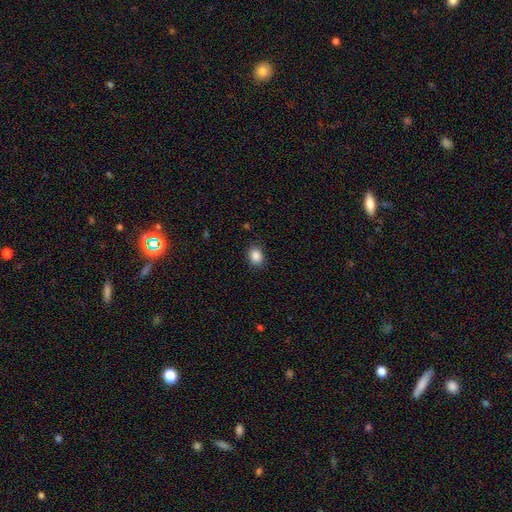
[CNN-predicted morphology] Overall: smooth (87%). How rounded: in between (52%; round 47%). Merging: none (87%).